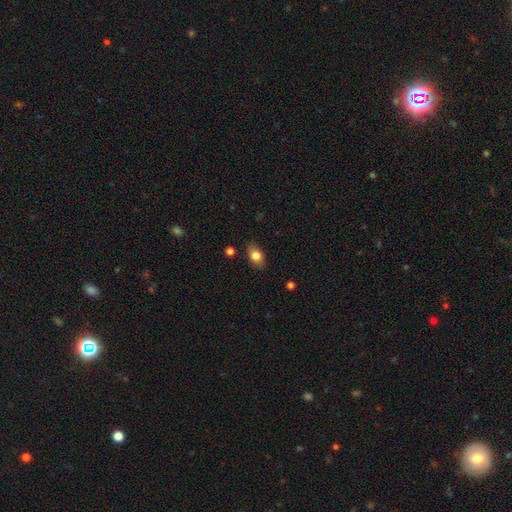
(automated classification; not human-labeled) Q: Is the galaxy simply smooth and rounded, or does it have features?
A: smooth — 81%.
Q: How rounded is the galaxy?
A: in between — 84%.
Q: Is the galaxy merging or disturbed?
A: none — 84%.